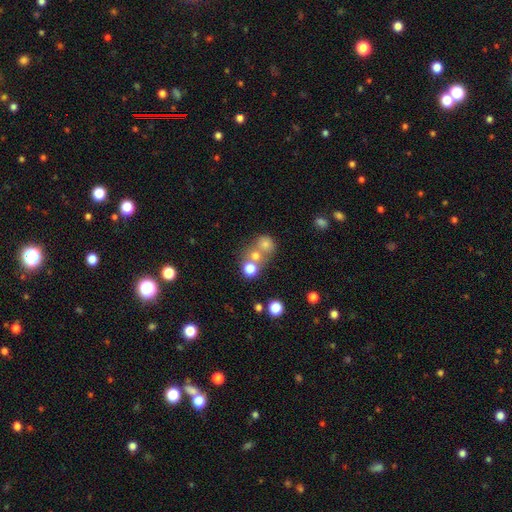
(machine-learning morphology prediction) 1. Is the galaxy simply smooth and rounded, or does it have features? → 63% smooth, 20% star or artifact, 17% featured or disk.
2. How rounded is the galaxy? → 79% round, 20% in between, 1% cigar-shaped.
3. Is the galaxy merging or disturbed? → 51% merger, 37% none, 7% minor disturbance, 5% major disturbance.